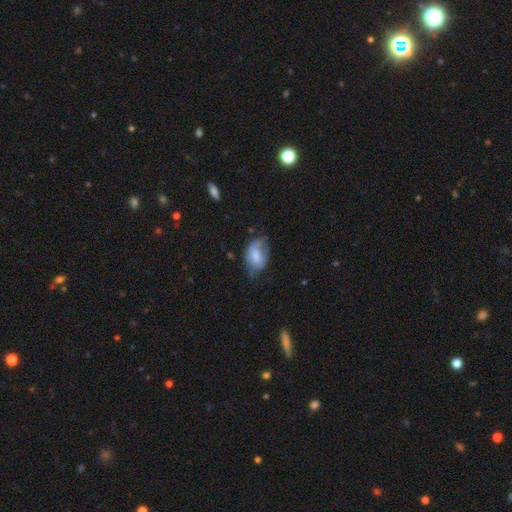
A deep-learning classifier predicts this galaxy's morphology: A smooth galaxy with no disk features (60%) that is in between round and cigar-shaped (88%). Merging: none (41%).